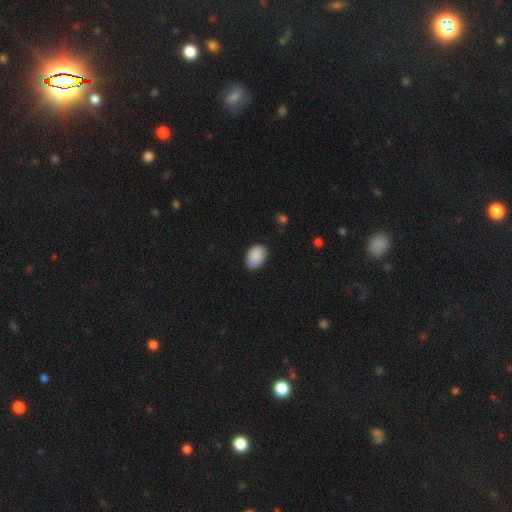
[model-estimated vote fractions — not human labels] smooth-or-featured: smooth: 90% | star or artifact: 6% | featured or disk: 4%
  how-rounded: in between: 87% | round: 12% | cigar-shaped: 1%
  merging: none: 83% | minor disturbance: 13% | major disturbance: 2% | merger: 1%